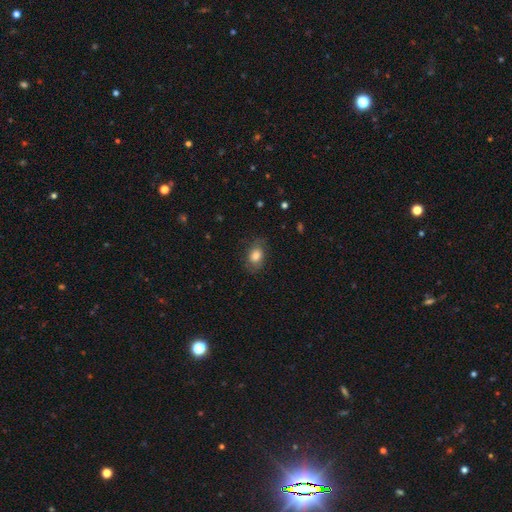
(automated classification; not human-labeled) Q: Smooth or featured?
A: smooth (76%); runner-up: featured or disk (16%)
Q: How rounded?
A: in between (75%); runner-up: round (23%)
Q: Merging?
A: none (73%); runner-up: minor disturbance (19%)